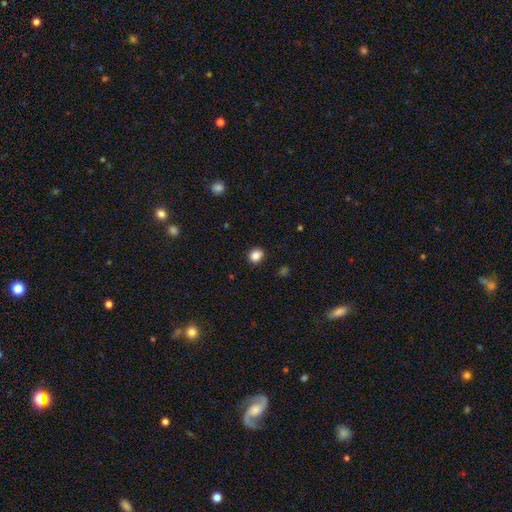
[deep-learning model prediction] Smooth or featured? smooth (86%)
How rounded? round (66%)
Merging? none (86%)